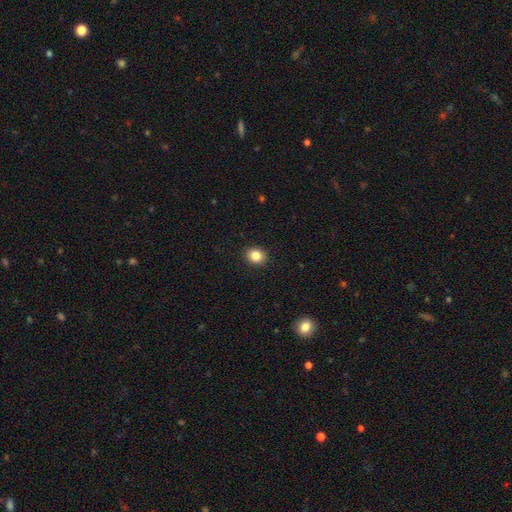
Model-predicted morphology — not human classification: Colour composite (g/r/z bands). It shows a smooth galaxy with no disk features (85%) that is round (66%). Merging: none (92%).